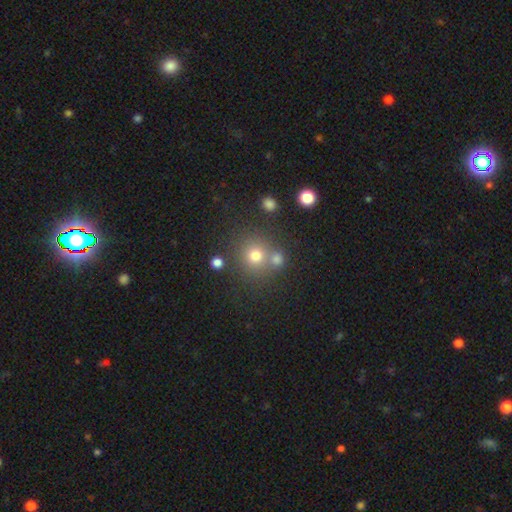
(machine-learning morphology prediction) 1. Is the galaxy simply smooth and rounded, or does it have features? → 73% smooth, 18% star or artifact, 9% featured or disk.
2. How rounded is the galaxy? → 90% round, 9% in between, 1% cigar-shaped.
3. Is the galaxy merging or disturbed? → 67% none, 21% merger, 9% minor disturbance, 4% major disturbance.